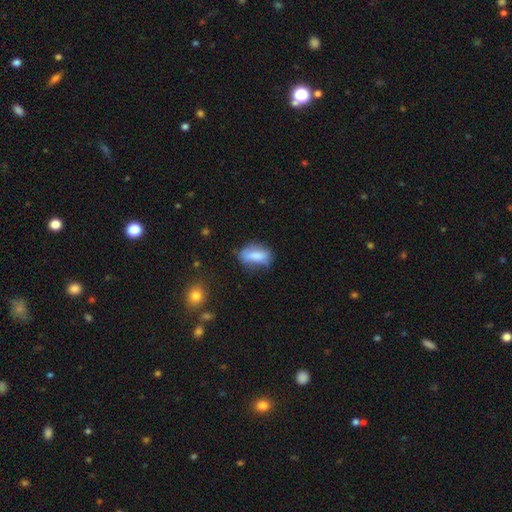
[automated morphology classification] A smooth galaxy with no disk features (75%) that is in between round and cigar-shaped (84%). Merging: none (50%).